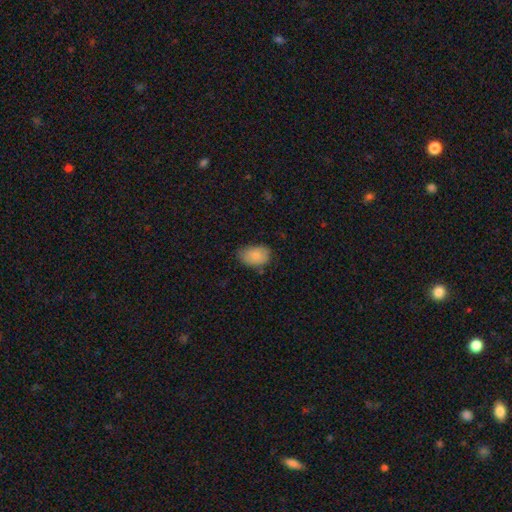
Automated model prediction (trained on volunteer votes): smooth_or_featured: smooth (p=0.84) [alt: featured or disk p=0.09]
how_rounded: in between (p=0.88) [alt: round p=0.11]
merging: none (p=0.62) [alt: minor disturbance p=0.30]